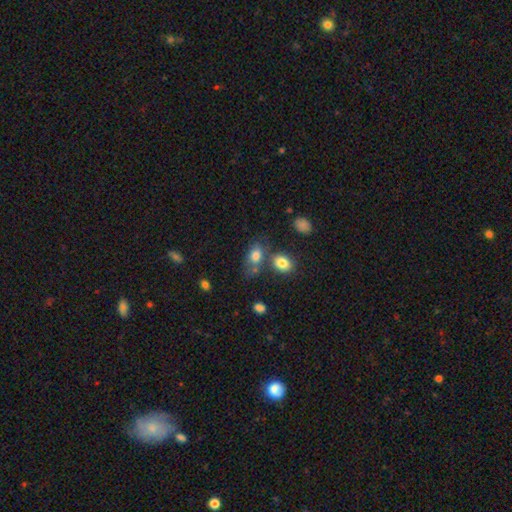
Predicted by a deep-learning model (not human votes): Morphology: type=smooth (79%); roundness=in between (81%); merging=none (50%).